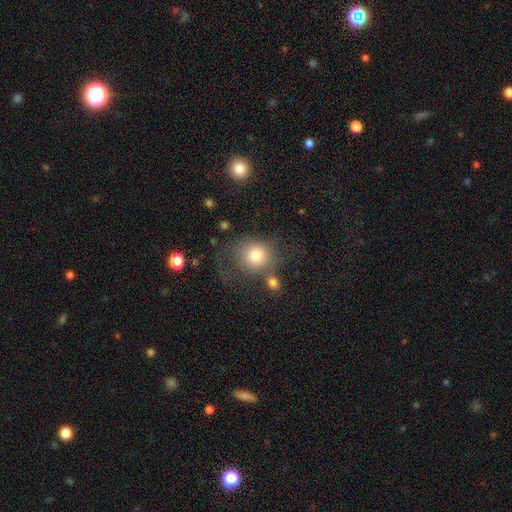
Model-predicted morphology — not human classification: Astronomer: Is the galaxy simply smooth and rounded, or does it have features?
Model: smooth — 76%.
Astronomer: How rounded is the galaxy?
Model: round — 79%.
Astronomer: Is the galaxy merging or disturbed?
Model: none — 45% (runner-up: major disturbance, 20%).